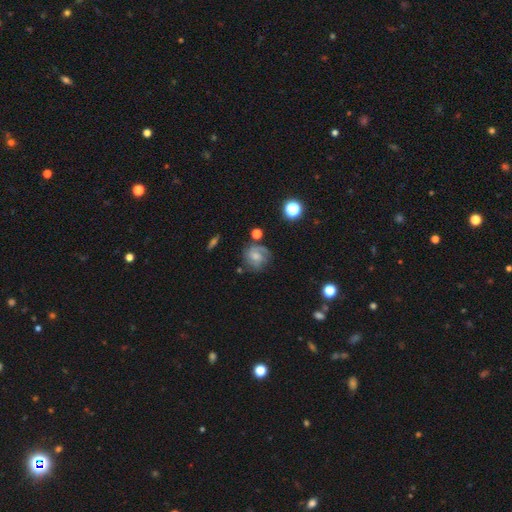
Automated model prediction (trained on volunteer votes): The model was most divided on "bulge size" (2-way tie): moderate: 43%, small: 43%, none: 8%, large: 4%, dominant: 1%. Remaining: edge-on disk — no (97%); spiral arms — yes (92%); smooth or featured — featured or disk (68%); merging — none (65%); bar — no (58%); spiral winding — tight (50%); spiral arm count — 2 (42%).